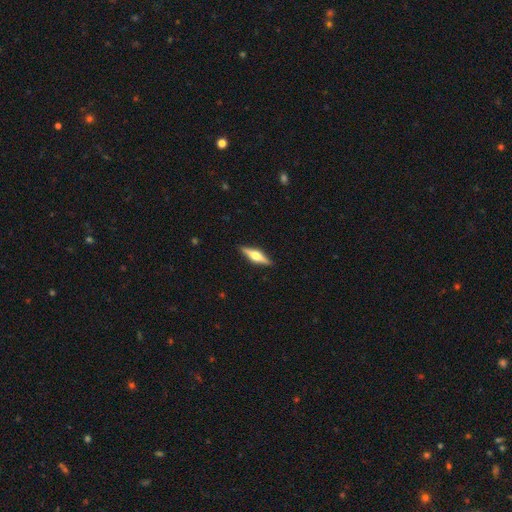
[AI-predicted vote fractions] This appears to be a featured or disk galaxy (64%) viewed edge-on (97%) with a rounded central bulge (92%). Merging: none (90%).